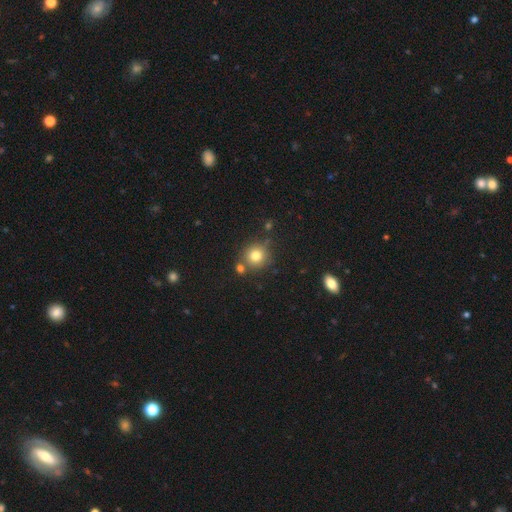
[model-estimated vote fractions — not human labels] Overall: smooth (78%). How rounded: round (91%). Merging: none (73%).